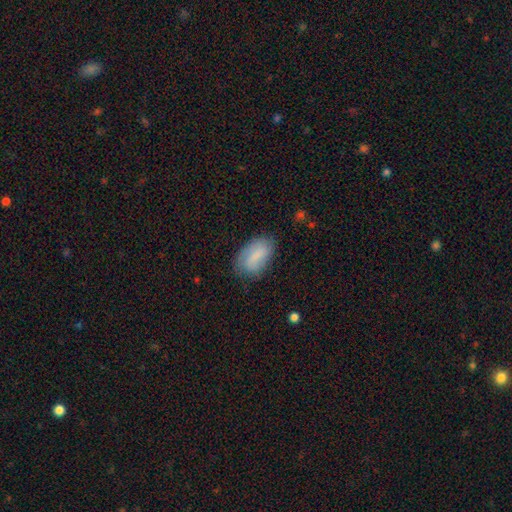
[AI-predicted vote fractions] The model was most divided on "merging": none: 69%, minor disturbance: 23%, major disturbance: 6%, merger: 2%. More confident: how rounded — in between (93%); smooth or featured — smooth (75%).